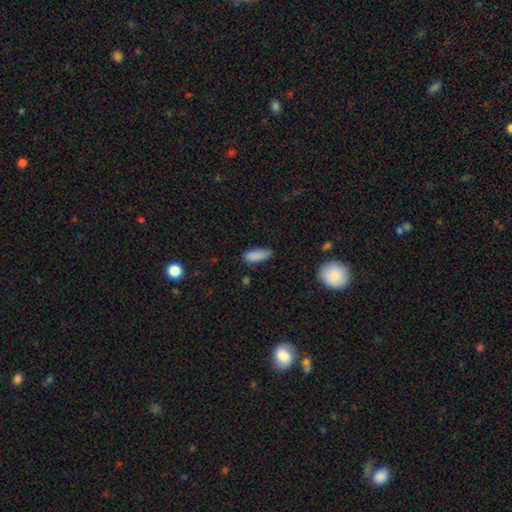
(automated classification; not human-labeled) This appears to be a smooth galaxy with no disk features (86%) that is in between round and cigar-shaped (73%). Merging: none (56%).